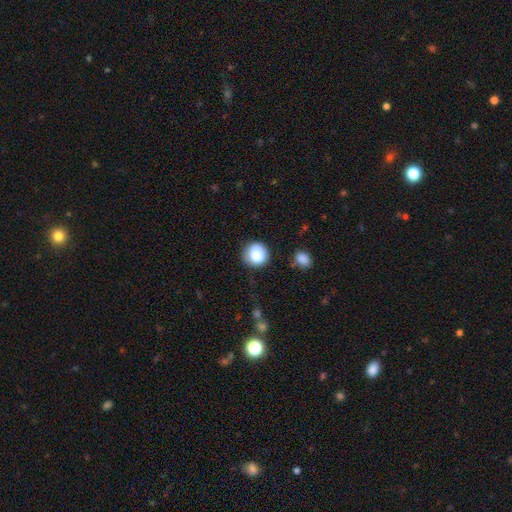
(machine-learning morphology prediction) Overall: smooth (84%). How rounded: round (92%). Merging: none (84%).